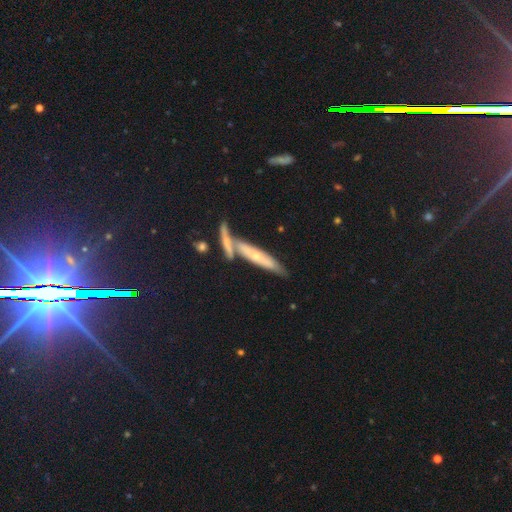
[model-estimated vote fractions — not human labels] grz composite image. It shows a featured or disk galaxy (54%) viewed edge-on (72%). Merging: none (56%).